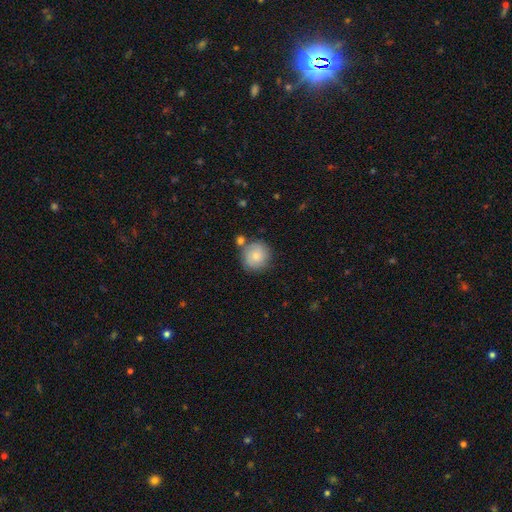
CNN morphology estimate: The model was most divided on "merging": none: 71%, minor disturbance: 14%, merger: 11%, major disturbance: 4%. More confident: how rounded — round (92%); smooth or featured — smooth (80%).